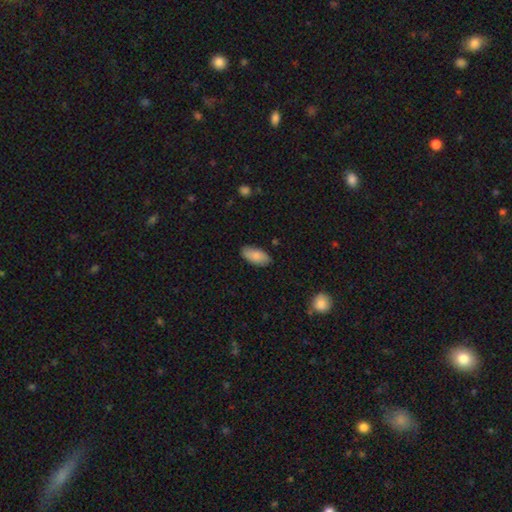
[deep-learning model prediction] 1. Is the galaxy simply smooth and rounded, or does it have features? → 86% smooth, 8% featured or disk, 6% star or artifact.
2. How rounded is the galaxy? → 92% in between, 6% cigar-shaped, 2% round.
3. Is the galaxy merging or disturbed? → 85% none, 12% minor disturbance, 2% major disturbance, 1% merger.